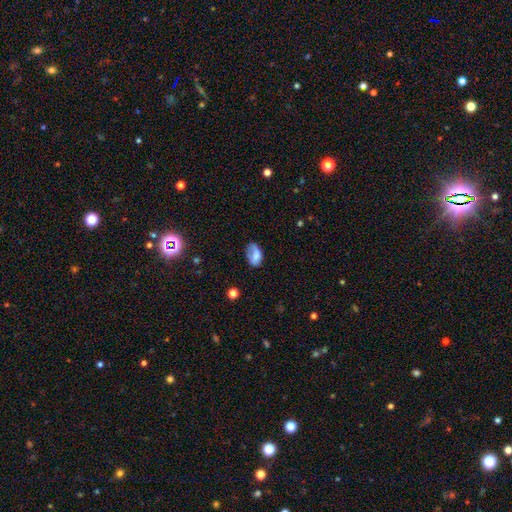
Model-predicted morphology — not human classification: smooth 67%, featured or disk 23%, star or artifact 10%. Down the decision tree: how rounded — in between (90%); merging — none (43%).